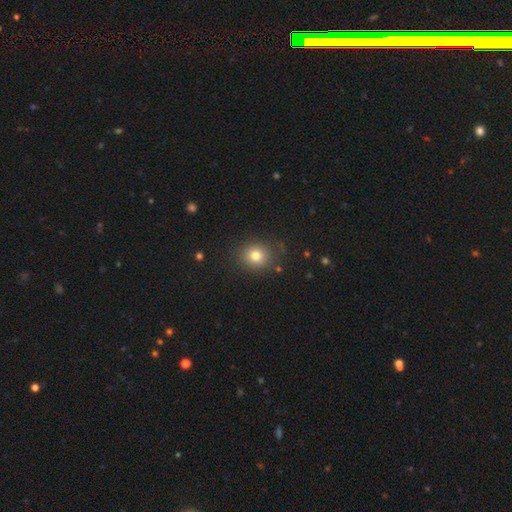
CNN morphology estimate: This is likely a smooth galaxy (78%). How rounded: clearly round (80%). Merging: clearly none (86%).